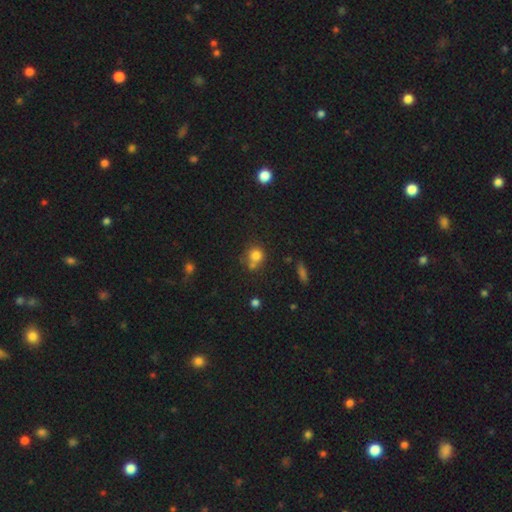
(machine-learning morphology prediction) This appears to be a smooth galaxy with no disk features (77%) that is round (81%). Merging: none (49%).